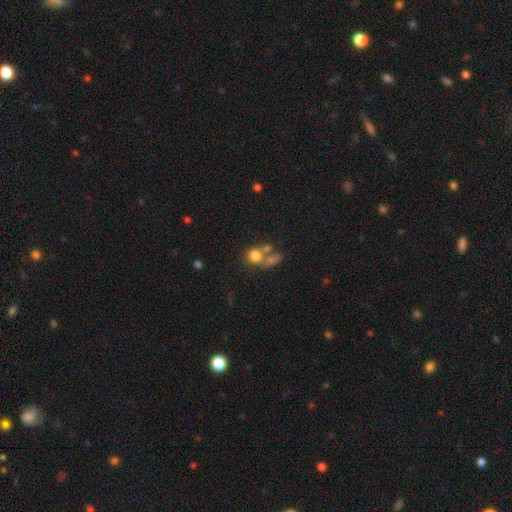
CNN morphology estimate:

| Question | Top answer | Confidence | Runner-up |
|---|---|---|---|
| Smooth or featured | smooth | 75% | featured or disk (14%) |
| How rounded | round | 76% | in between (22%) |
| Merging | merger | 44% | none (39%) |